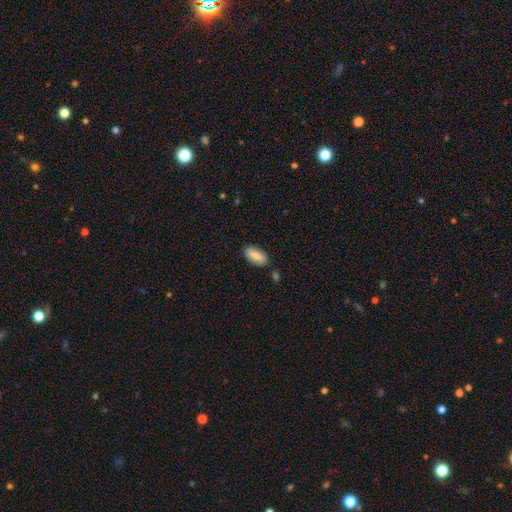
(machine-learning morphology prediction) smooth 73%, featured or disk 20%, star or artifact 6%. Down the decision tree: how rounded — in between (87%); merging — none (84%).